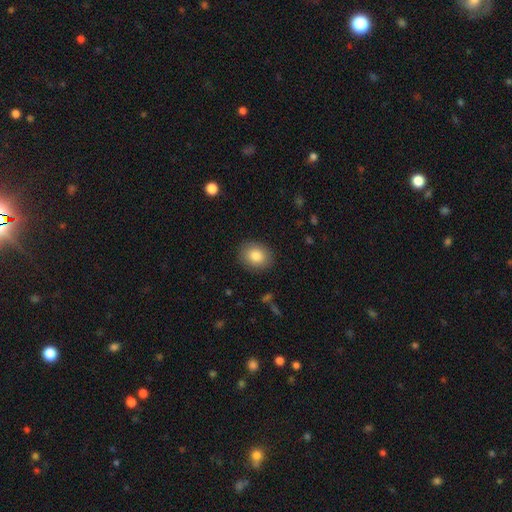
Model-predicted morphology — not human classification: Smooth or featured?
  - smooth: 85% *
  - star or artifact: 8%
  - featured or disk: 7%
How rounded?
  - round: 54% *
  - in between: 45%
  - cigar-shaped: 1%
Merging?
  - none: 88% *
  - minor disturbance: 8%
  - major disturbance: 2%
  - merger: 1%